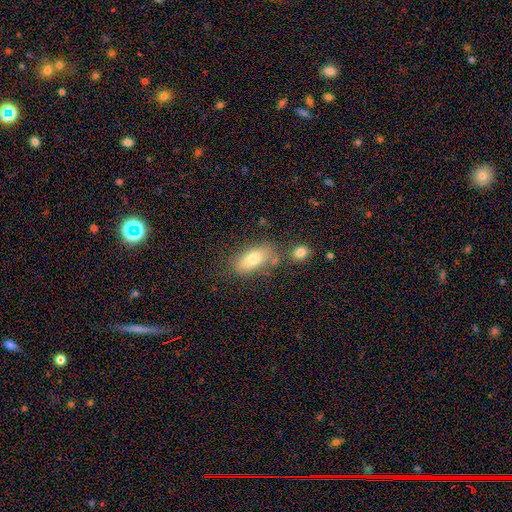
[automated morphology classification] smooth 75%, featured or disk 17%, star or artifact 8%. Down the decision tree: how rounded — in between (84%); merging — none (67%).